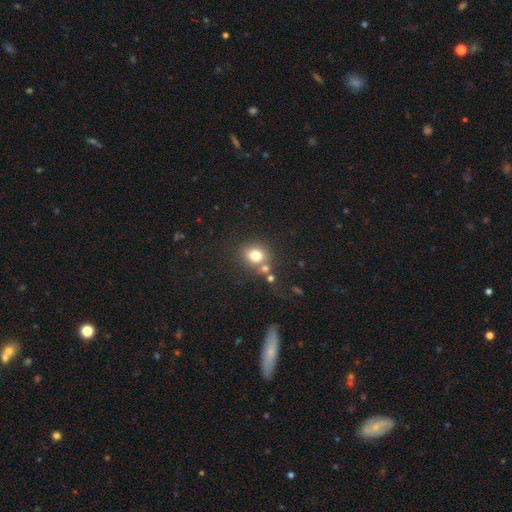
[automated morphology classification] Smooth or featured? Predicted: smooth (p=0.77). How rounded? Predicted: round (p=0.73). Merging? Predicted: none (p=0.64).